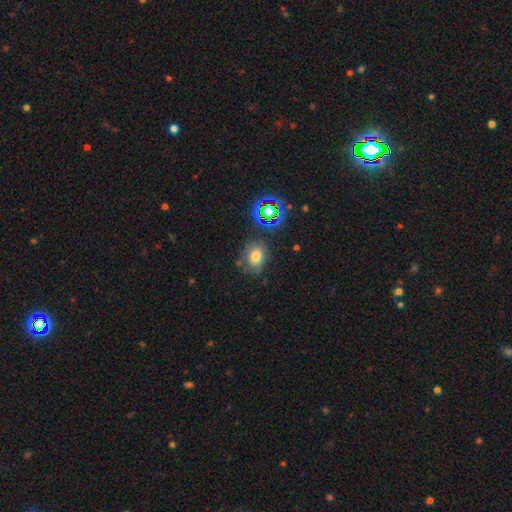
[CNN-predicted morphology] Smooth or featured? Predicted: smooth (p=0.65). How rounded? Predicted: in between (p=0.55). Merging? Predicted: none (p=0.70).